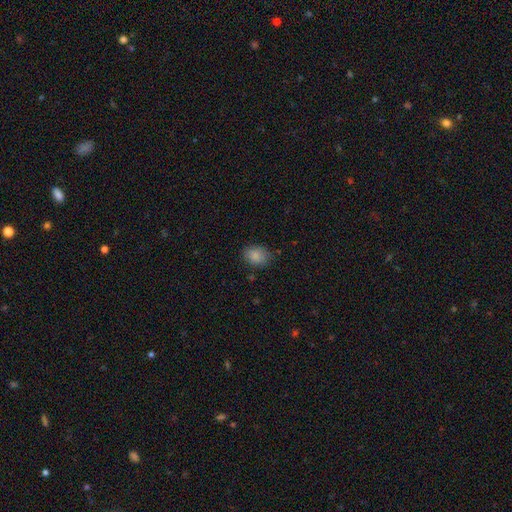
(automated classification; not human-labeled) Smooth or featured: smooth — 85% (star or artifact — 9%)
How rounded: in between — 59% (round — 40%)
Merging: none — 79% (minor disturbance — 16%)